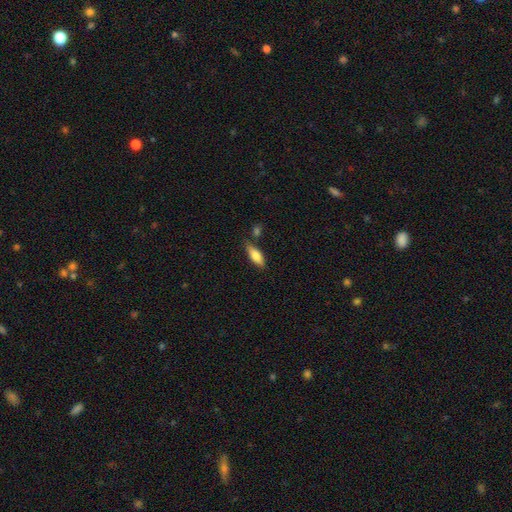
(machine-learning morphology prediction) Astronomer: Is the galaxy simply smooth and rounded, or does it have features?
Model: smooth — 77%.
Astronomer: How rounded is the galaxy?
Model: in between — 70%.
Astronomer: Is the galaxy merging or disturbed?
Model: none — 74%.